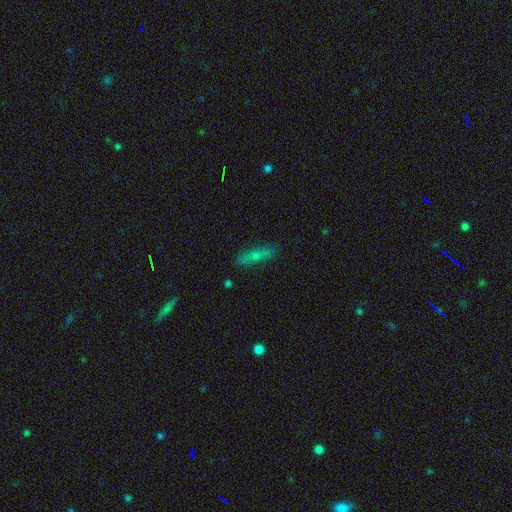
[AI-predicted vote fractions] smooth-or-featured: smooth: 58% | featured or disk: 33% | star or artifact: 10%
  how-rounded: cigar-shaped: 68% | in between: 29% | round: 3%
  merging: none: 79% | minor disturbance: 16% | major disturbance: 4% | merger: 2%